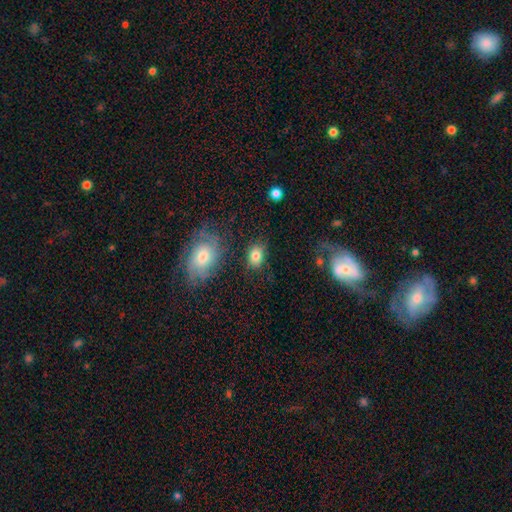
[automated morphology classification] smooth_or_featured: smooth (p=0.82) [alt: star or artifact p=0.09]
how_rounded: in between (p=0.68) [alt: round p=0.30]
merging: none (p=0.79) [alt: minor disturbance p=0.13]